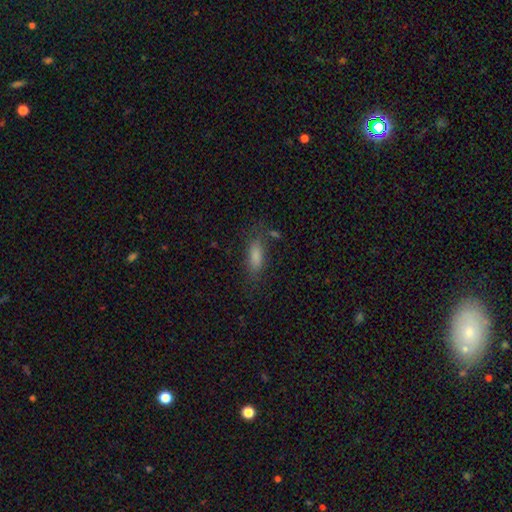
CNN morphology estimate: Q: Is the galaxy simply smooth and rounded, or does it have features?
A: smooth — 71%.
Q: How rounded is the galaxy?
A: in between — 56%.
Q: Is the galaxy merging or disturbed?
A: none — 71%.